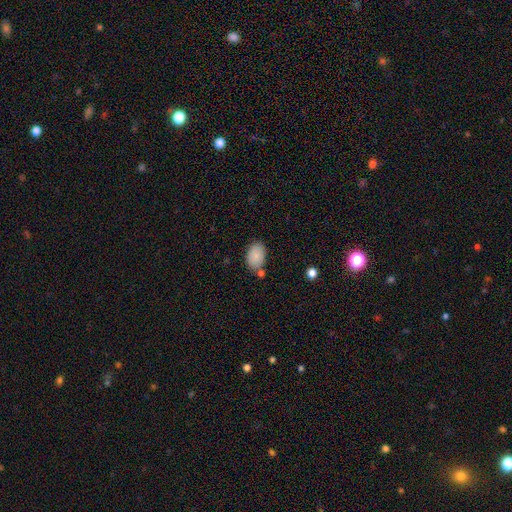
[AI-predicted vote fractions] Smooth or featured?
  - smooth: 86% *
  - star or artifact: 7%
  - featured or disk: 7%
How rounded?
  - in between: 89% *
  - round: 10%
  - cigar-shaped: 1%
Merging?
  - none: 75% *
  - minor disturbance: 14%
  - merger: 8%
  - major disturbance: 3%